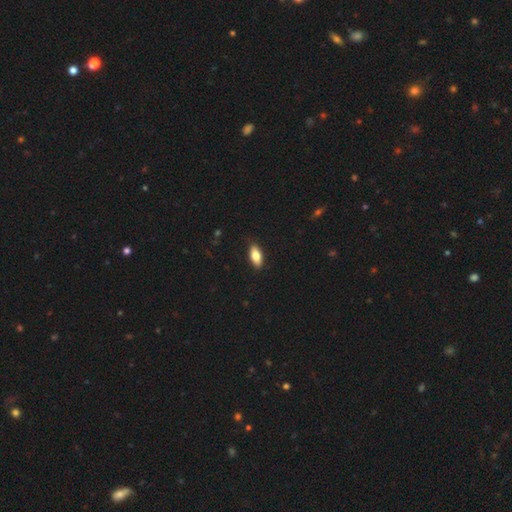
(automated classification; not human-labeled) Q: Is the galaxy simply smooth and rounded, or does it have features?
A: smooth — 79%.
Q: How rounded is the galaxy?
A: in between — 86%.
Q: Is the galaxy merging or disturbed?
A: none — 86%.